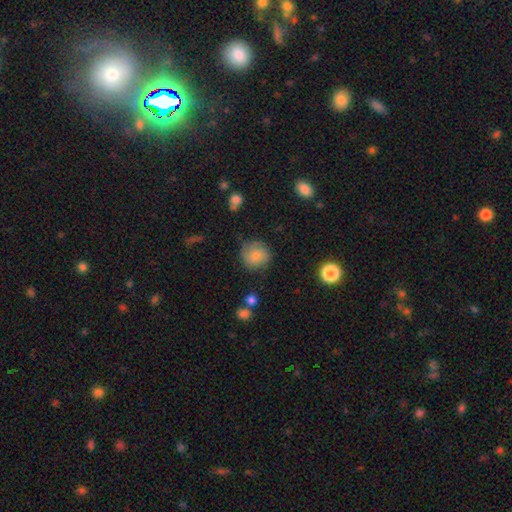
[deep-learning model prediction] A smooth galaxy with no disk features (68%) that is round (88%). Merging: none (68%).